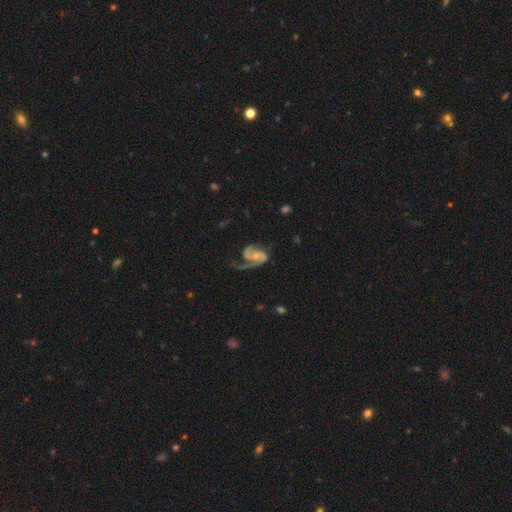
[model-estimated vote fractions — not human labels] This is clearly a featured or disk galaxy (87%). It is clearly not viewed edge-on (98%). Bar: possibly no (55%). Spiral arm pattern: clearly yes (96%). Spiral arm count: likely 2 (76%). Spiral winding: possibly medium (48%). Central bulge: possibly small (52%). Merging: marginally none (42%).